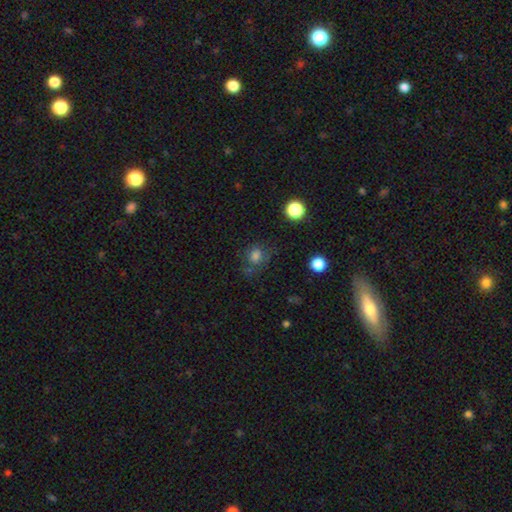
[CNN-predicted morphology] smooth_or_featured: smooth (p=0.72) [alt: star or artifact p=0.17]
how_rounded: round (p=0.69) [alt: in between p=0.30]
merging: none (p=0.61) [alt: minor disturbance p=0.21]